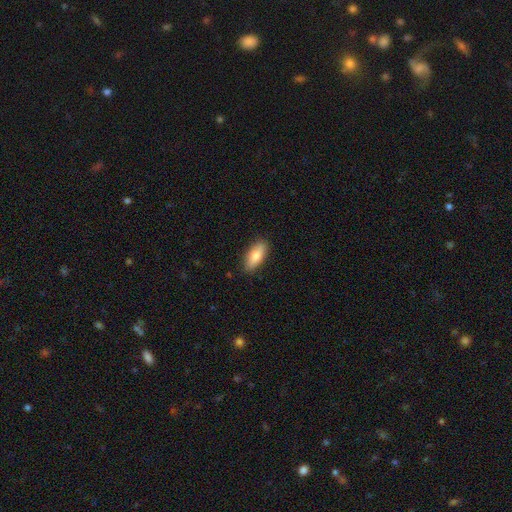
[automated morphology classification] This appears to be a smooth galaxy with no disk features (80%) that is in between round and cigar-shaped (79%). Merging: none (86%).